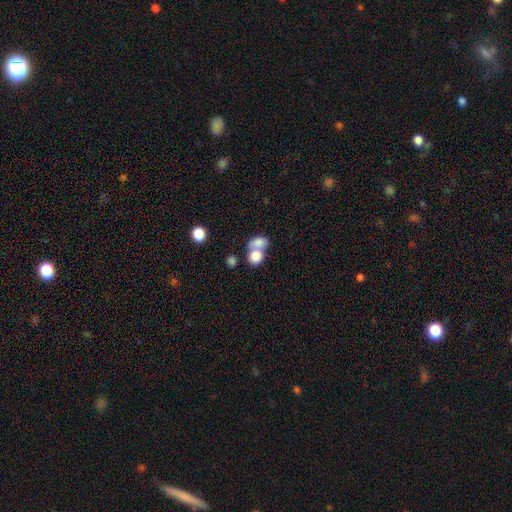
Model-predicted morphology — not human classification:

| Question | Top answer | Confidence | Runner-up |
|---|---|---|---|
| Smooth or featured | smooth | 81% | featured or disk (11%) |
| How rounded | round | 52% | in between (47%) |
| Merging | merger | 65% | none (24%) |